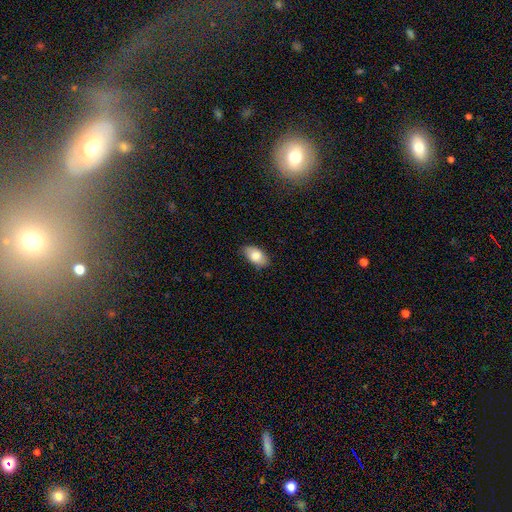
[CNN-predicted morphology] Smooth or featured? smooth (82%)
How rounded? in between (93%)
Merging? none (81%)